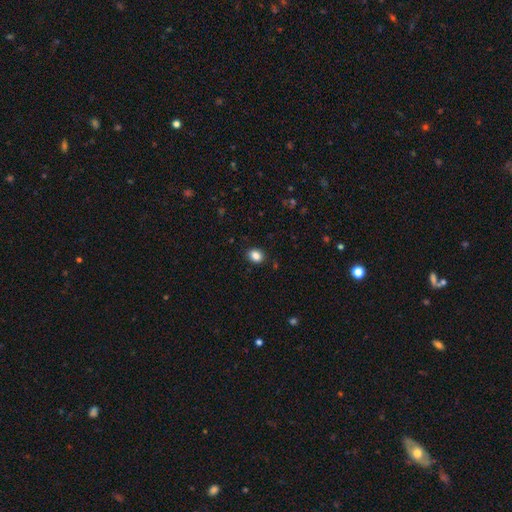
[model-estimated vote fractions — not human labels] smooth 86%, star or artifact 10%, featured or disk 4%. Down the decision tree: how rounded — in between (57%); merging — none (89%).